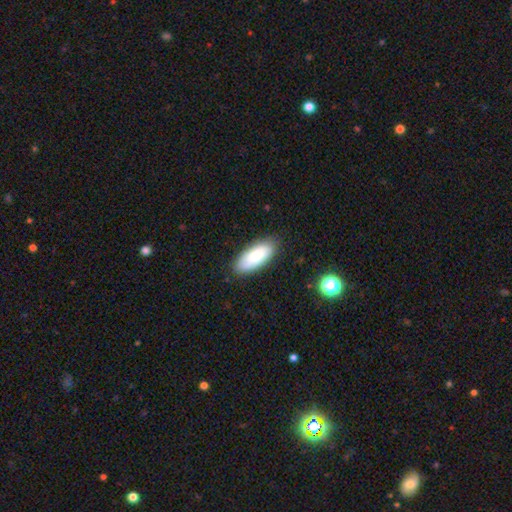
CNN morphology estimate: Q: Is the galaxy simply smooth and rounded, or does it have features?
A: smooth — 80%.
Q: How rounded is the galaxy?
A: in between — 84%.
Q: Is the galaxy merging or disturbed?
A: none — 86%.